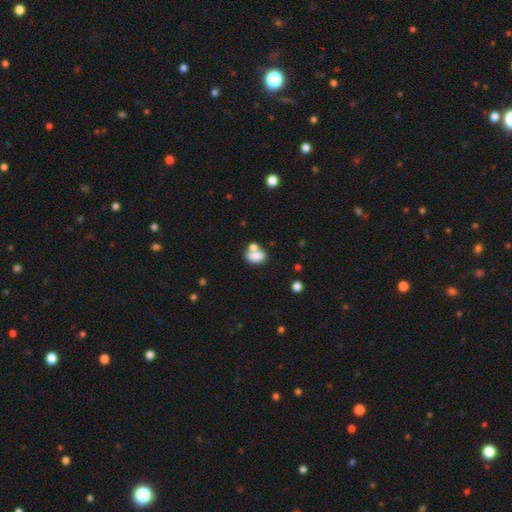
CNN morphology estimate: smooth 78%, featured or disk 12%, star or artifact 10%. Down the decision tree: how rounded — in between (81%); merging — merger (43%).